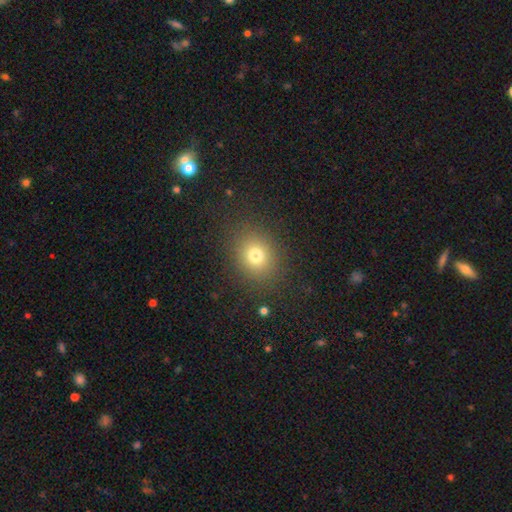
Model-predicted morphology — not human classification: A smooth galaxy with no disk features (75%) that is round (69%). Merging: none (86%).